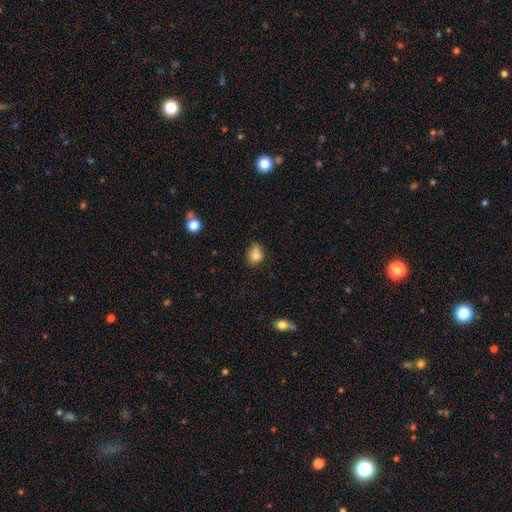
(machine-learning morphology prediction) smooth-or-featured: smooth: 79% | star or artifact: 12% | featured or disk: 9%
  how-rounded: round: 69% | in between: 30% | cigar-shaped: 1%
  merging: none: 50% | minor disturbance: 31% | merger: 10% | major disturbance: 9%